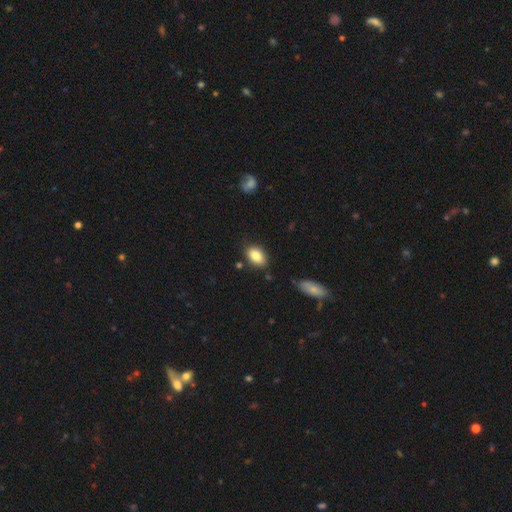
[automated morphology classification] type=smooth (85%); roundness=in between (89%); merging=none (82%).